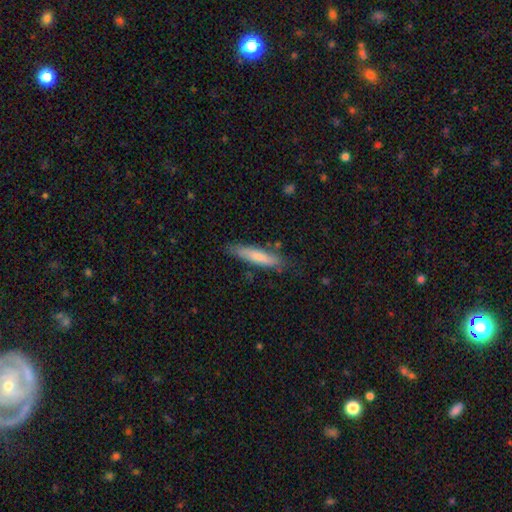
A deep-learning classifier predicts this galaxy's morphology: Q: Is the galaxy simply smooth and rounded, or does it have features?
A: smooth — 71%.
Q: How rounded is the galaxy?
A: cigar-shaped — 87%.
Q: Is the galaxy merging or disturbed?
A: none — 80%.